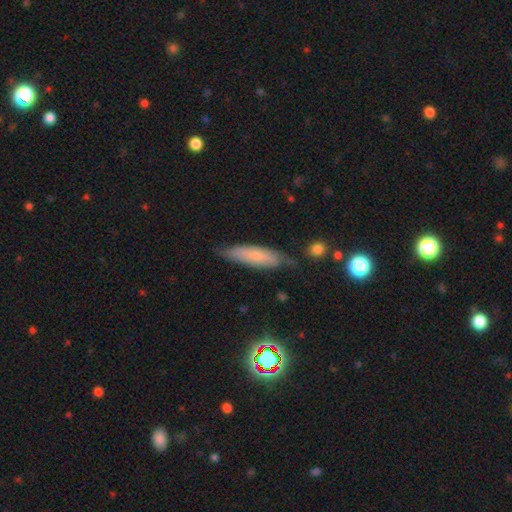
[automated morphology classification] smooth_or_featured: smooth (p=0.63) [alt: featured or disk p=0.28]
how_rounded: cigar-shaped (p=0.66) [alt: in between p=0.32]
merging: none (p=0.70) [alt: minor disturbance p=0.23]